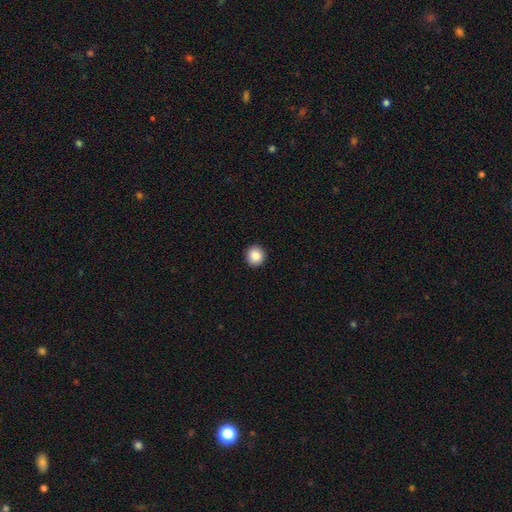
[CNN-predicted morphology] smooth 87%, star or artifact 9%, featured or disk 5%. Down the decision tree: how rounded — round (94%); merging — none (93%).